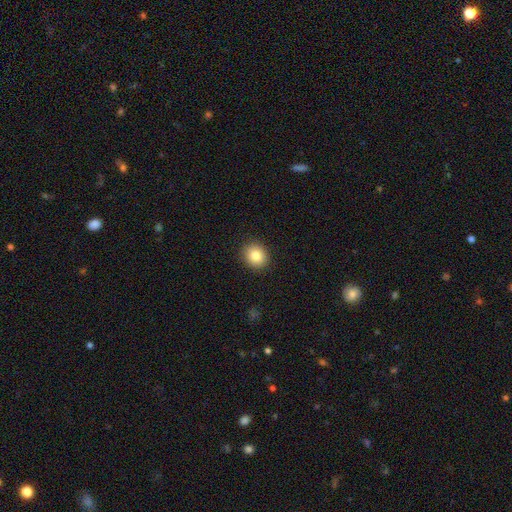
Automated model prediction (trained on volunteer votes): Smooth or featured?
  - smooth: 84% *
  - star or artifact: 9%
  - featured or disk: 7%
How rounded?
  - round: 79% *
  - in between: 20%
  - cigar-shaped: 1%
Merging?
  - none: 91% *
  - minor disturbance: 6%
  - major disturbance: 2%
  - merger: 1%